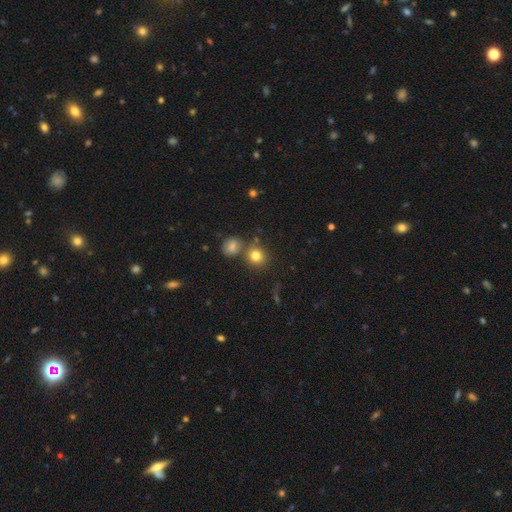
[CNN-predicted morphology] Smooth or featured: smooth — 80% (star or artifact — 12%)
How rounded: round — 86% (in between — 13%)
Merging: none — 70% (merger — 18%)